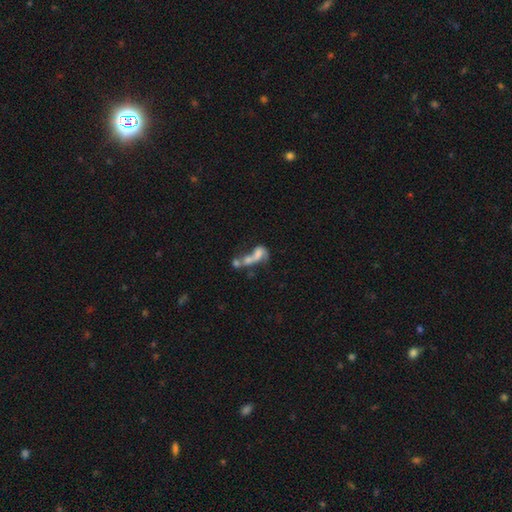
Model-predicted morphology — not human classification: Smooth or featured? featured or disk (45%)
Merging? merger (60%)